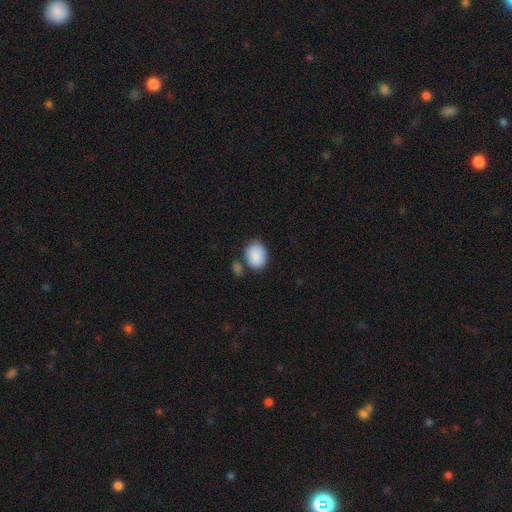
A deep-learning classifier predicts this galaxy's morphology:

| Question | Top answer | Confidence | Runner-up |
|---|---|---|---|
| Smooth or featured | smooth | 88% | star or artifact (7%) |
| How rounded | in between | 69% | round (30%) |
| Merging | none | 63% | minor disturbance (16%) |